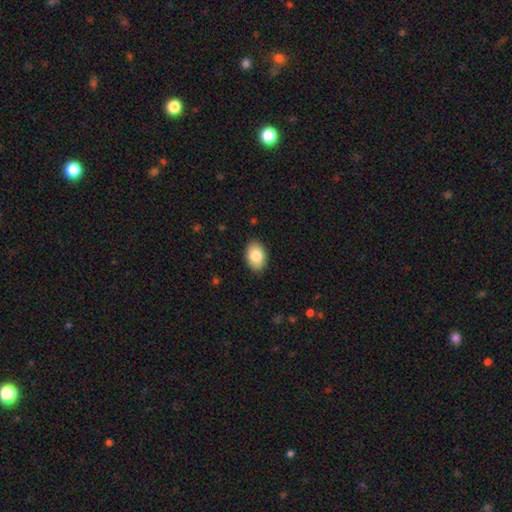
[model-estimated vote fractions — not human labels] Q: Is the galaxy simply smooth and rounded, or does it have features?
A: smooth — 83%.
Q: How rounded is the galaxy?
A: in between — 86%.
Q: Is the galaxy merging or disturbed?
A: none — 88%.